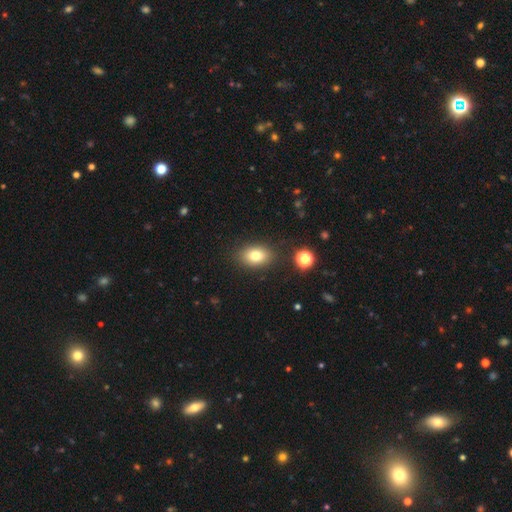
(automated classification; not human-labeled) The model was most divided on "how rounded": in between: 79%, round: 20%, cigar-shaped: 1%. More confident: merging — none (85%); smooth or featured — smooth (78%).